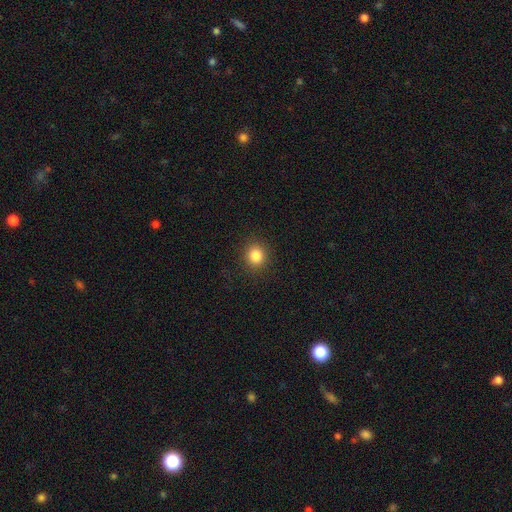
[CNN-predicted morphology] type=smooth (84%); roundness=round (88%); merging=none (91%).